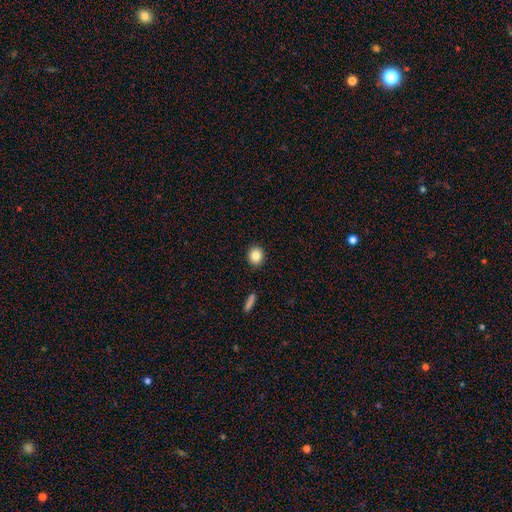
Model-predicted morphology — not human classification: Smooth or featured: smooth — 85% (star or artifact — 9%)
How rounded: round — 81% (in between — 18%)
Merging: none — 90% (minor disturbance — 6%)